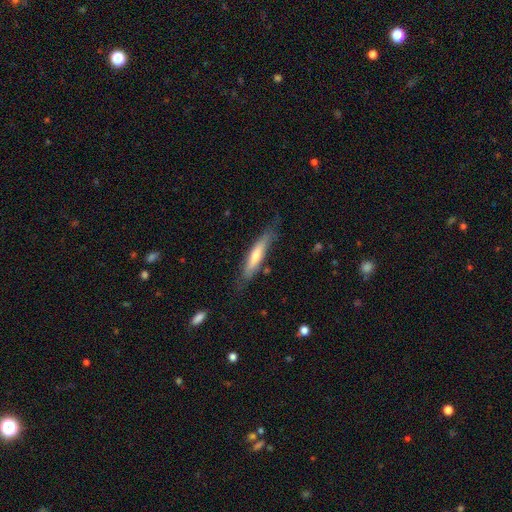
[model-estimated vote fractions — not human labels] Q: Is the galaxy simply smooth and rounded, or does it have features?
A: smooth — 48%.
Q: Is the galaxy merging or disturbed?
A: none — 73%.